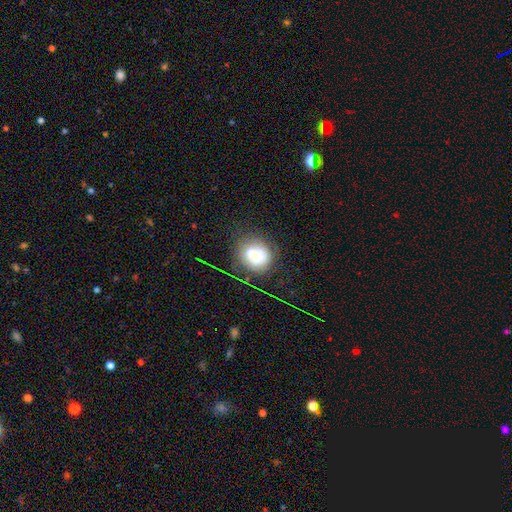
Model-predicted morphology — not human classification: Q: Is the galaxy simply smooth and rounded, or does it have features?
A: smooth — 64%.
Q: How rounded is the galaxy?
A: round — 73%.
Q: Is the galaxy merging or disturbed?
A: none — 62%.